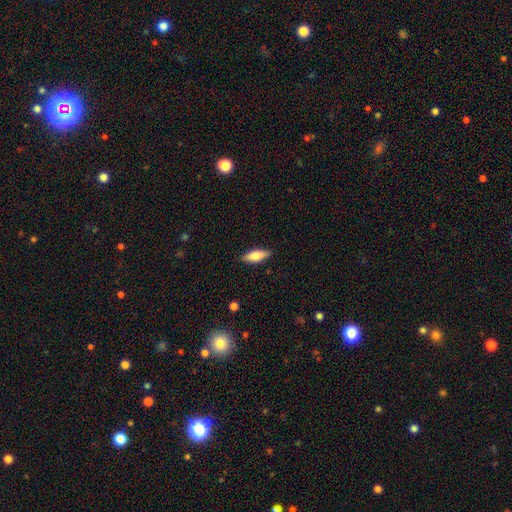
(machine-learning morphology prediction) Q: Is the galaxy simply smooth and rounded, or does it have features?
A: smooth — 72%.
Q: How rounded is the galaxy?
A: in between — 63%.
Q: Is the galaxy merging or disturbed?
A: none — 87%.